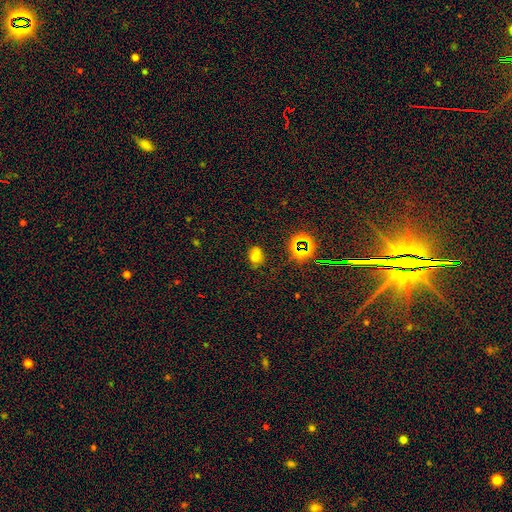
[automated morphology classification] A smooth galaxy with no disk features (58%) that is in between round and cigar-shaped (65%). Merging: none (64%).